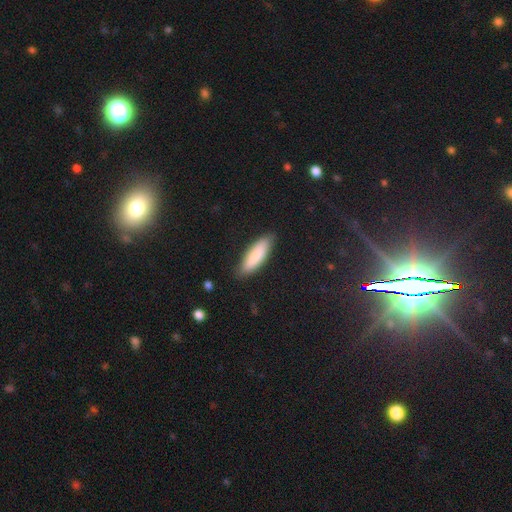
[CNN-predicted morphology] Smooth or featured: smooth — 83% (featured or disk — 12%)
How rounded: cigar-shaped — 49% (tied with in between — 49%)
Merging: none — 84% (minor disturbance — 13%)